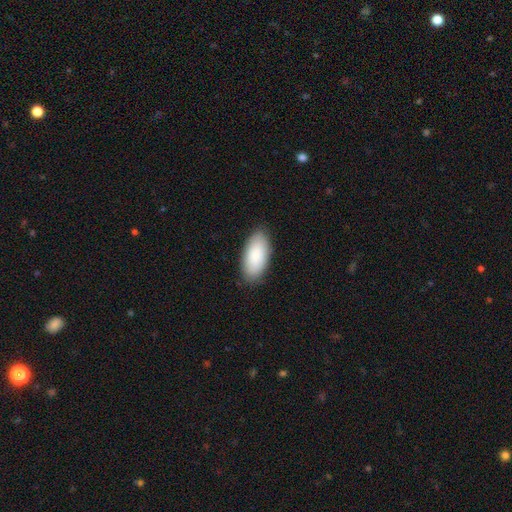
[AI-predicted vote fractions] This appears to be a smooth galaxy with no disk features (88%) that is in between round and cigar-shaped (94%). Merging: none (86%).